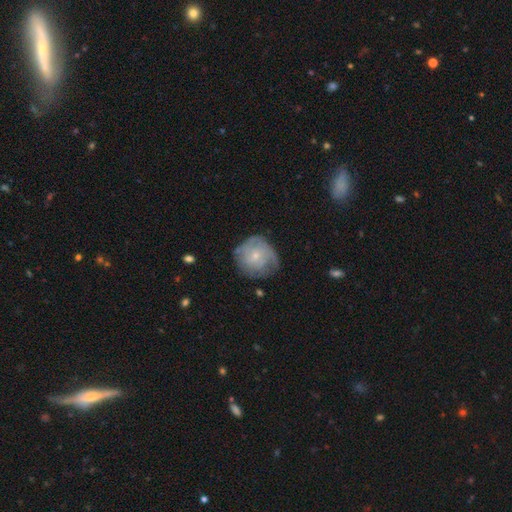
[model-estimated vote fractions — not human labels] featured or disk 58%, smooth 35%, star or artifact 7%. Down the decision tree: edge-on disk — no (97%); bar — no (80%); spiral arms — yes (75%); bulge size — small (75%); merging — none (58%).